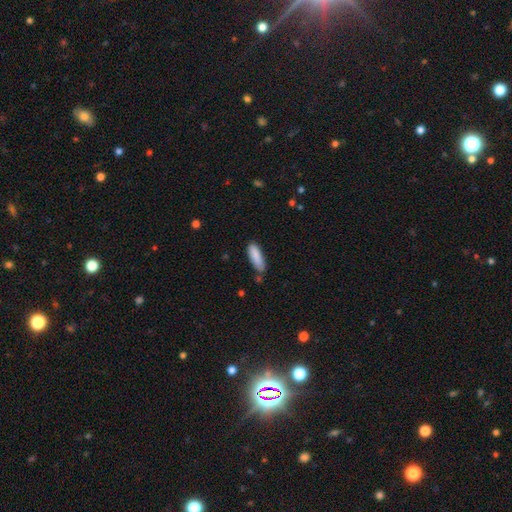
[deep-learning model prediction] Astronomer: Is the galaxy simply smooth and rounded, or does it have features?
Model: smooth — 88%.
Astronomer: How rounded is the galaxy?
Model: in between — 50% (runner-up: cigar-shaped, 49%).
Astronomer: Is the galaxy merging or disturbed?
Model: none — 73%.